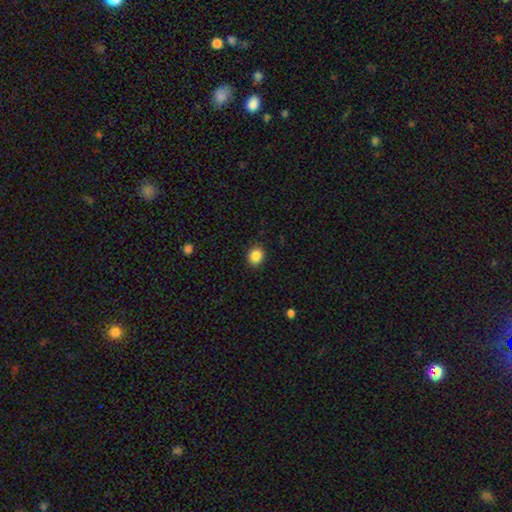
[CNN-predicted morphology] A smooth galaxy with no disk features (87%) that is round (72%).

Vote fractions:
- Smooth or featured? smooth: 87% / star or artifact: 10% / featured or disk: 4%
- How rounded? round: 72% / in between: 28% / cigar-shaped: 1%
- Merging? none: 90% / minor disturbance: 7% / major disturbance: 2% / merger: 1%